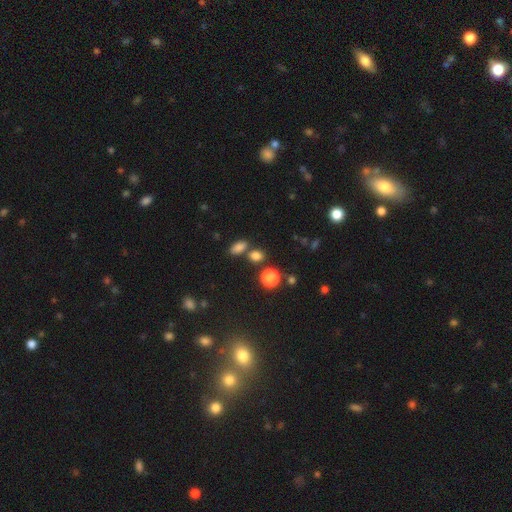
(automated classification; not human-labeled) A smooth galaxy with no disk features (77%) that is in between round and cigar-shaped (50%). Merging: none (67%).